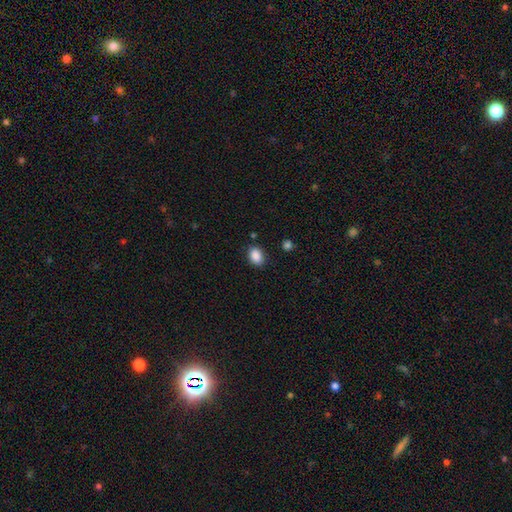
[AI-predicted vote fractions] This appears to be a smooth galaxy with no disk features (88%) that is in between round and cigar-shaped (77%). Merging: none (84%).